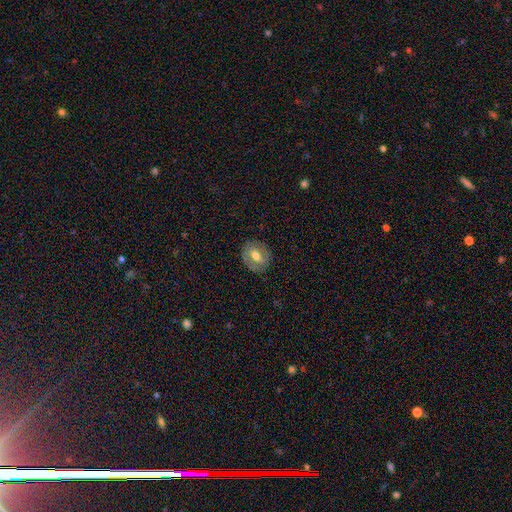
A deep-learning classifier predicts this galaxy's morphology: smooth-or-featured: smooth: 53% | featured or disk: 40% | star or artifact: 7%
  how-rounded: round: 57% | in between: 42% | cigar-shaped: 1%
  merging: none: 84% | minor disturbance: 12% | major disturbance: 4% | merger: 1%